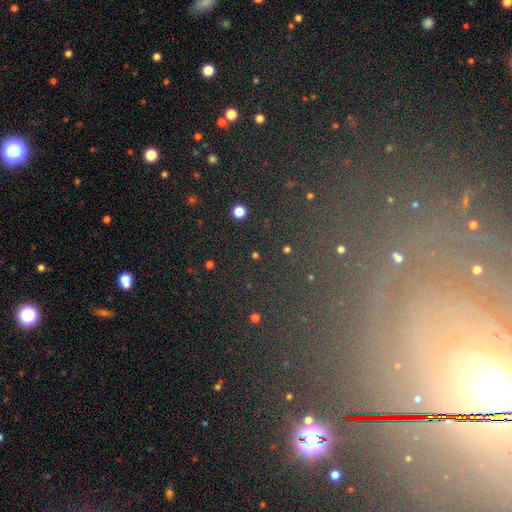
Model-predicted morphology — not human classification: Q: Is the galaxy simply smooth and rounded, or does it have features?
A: star or artifact — 62%.